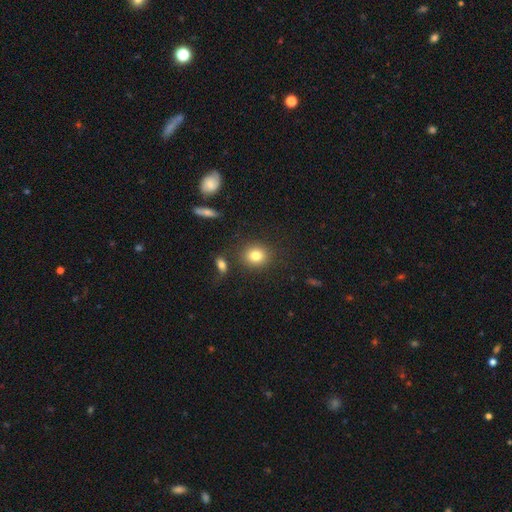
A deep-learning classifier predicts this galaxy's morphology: Smooth or featured? smooth (81%)
How rounded? round (78%)
Merging? none (84%)